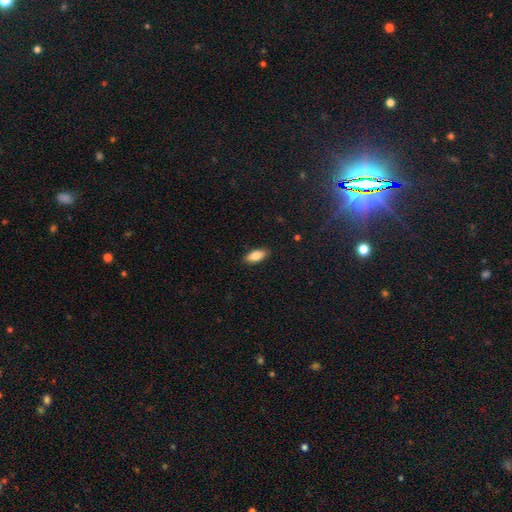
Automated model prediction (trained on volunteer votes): Smooth or featured? Predicted: smooth (p=0.80). How rounded? Predicted: in between (p=0.86). Merging? Predicted: none (p=0.89).